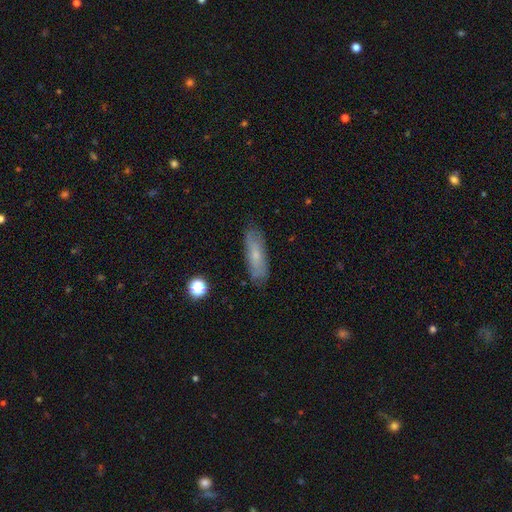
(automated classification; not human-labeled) This appears to be a smooth galaxy with no disk features (56%) that is in between round and cigar-shaped (52%). Merging: none (80%).